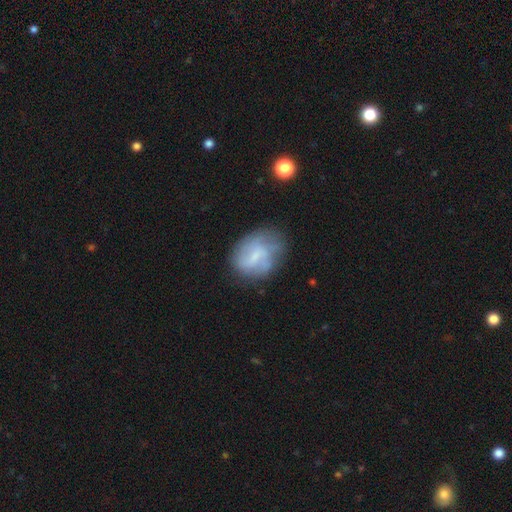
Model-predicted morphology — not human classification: Smooth or featured?
  - featured or disk: 50% *
  - smooth: 42%
  - star or artifact: 8%
Merging?
  - none: 53% *
  - minor disturbance: 28%
  - major disturbance: 16%
  - merger: 4%